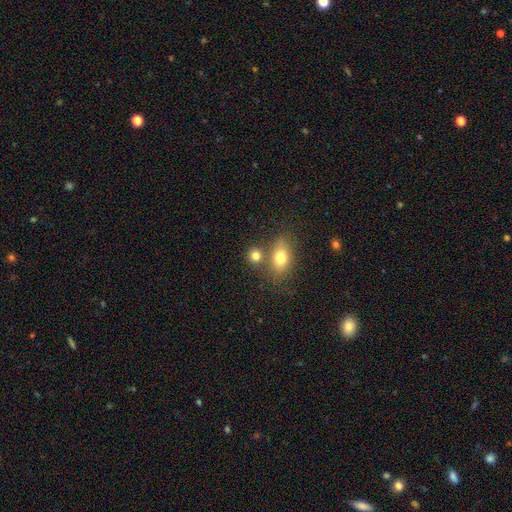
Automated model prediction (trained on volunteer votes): Morphology: type=smooth (78%); roundness=round (68%); merging=none (57%).